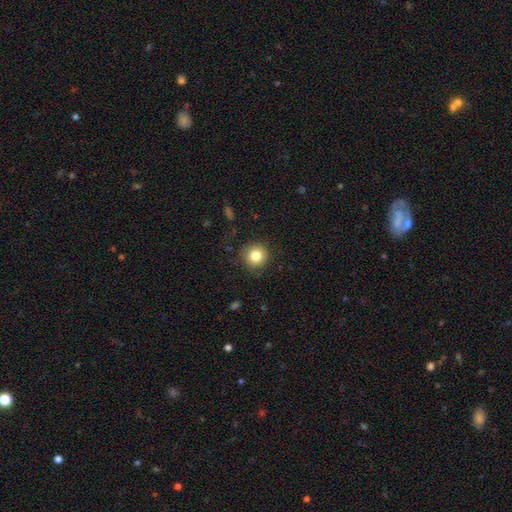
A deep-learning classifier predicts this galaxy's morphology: smooth_or_featured: smooth (p=0.81) [alt: star or artifact p=0.11]
how_rounded: round (p=0.93) [alt: in between p=0.06]
merging: none (p=0.87) [alt: minor disturbance p=0.09]